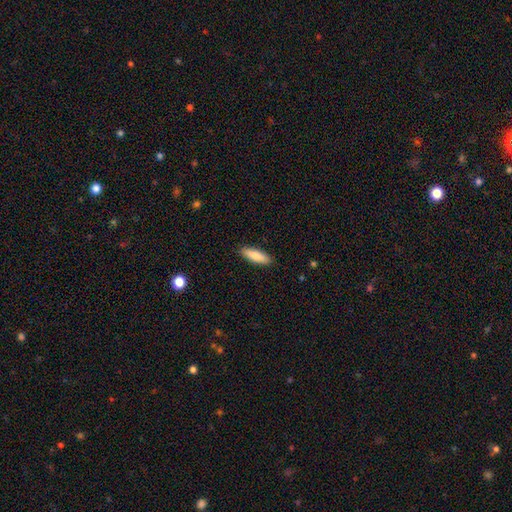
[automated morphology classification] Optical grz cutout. It shows a smooth galaxy with no disk features (85%) that is cigar-shaped (52%). Merging: none (89%).